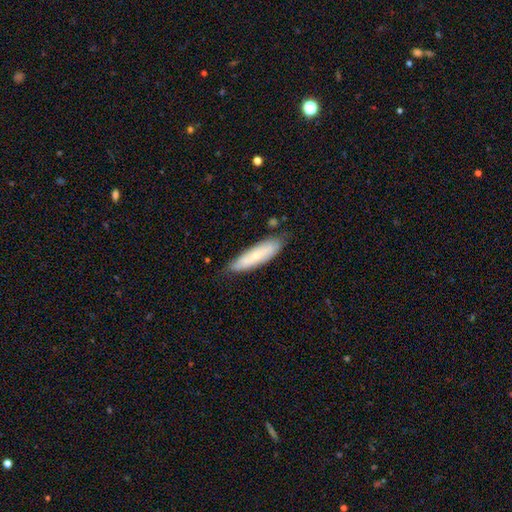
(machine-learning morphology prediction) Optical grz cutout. It shows a smooth galaxy with no disk features (65%) that is cigar-shaped (65%). Merging: none (78%).